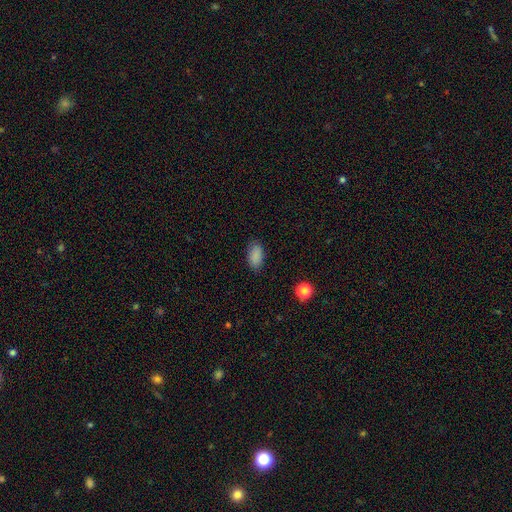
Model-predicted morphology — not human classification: Smooth or featured: smooth — 87% (star or artifact — 9%)
How rounded: in between — 92% (round — 5%)
Merging: none — 85% (minor disturbance — 12%)